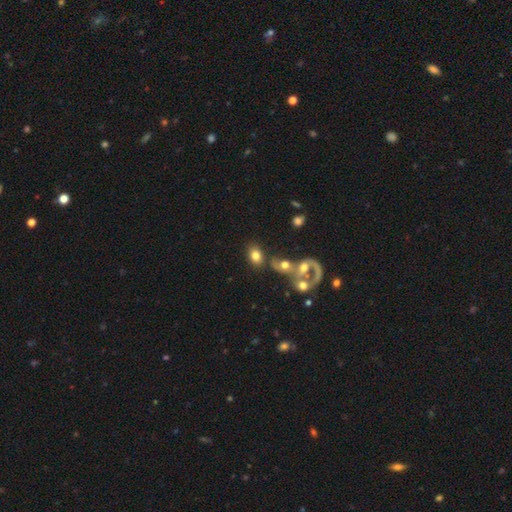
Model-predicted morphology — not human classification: type=smooth (73%); roundness=in between (72%); merging=none (50%).